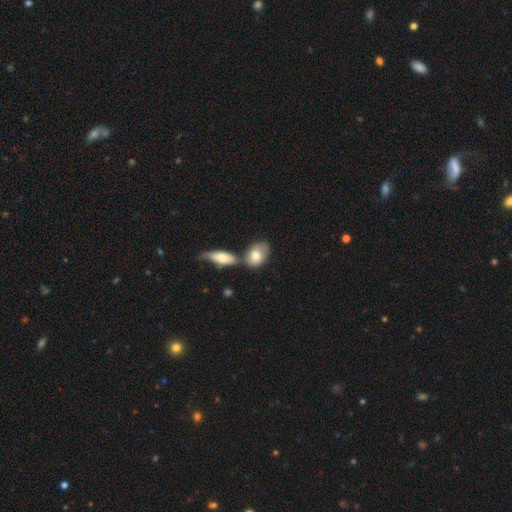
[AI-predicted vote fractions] smooth 75%, featured or disk 19%, star or artifact 6%. Down the decision tree: how rounded — in between (84%); merging — none (40%).